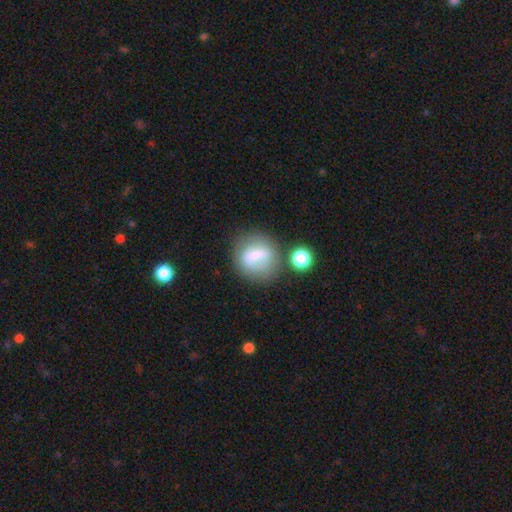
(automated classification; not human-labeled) Smooth or featured? Predicted: smooth (p=0.61). How rounded? Predicted: round (p=0.76). Merging? Predicted: none (p=0.53).